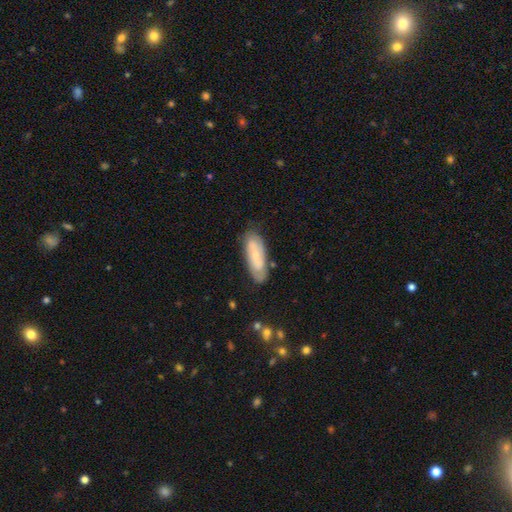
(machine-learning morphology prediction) Smooth or featured?
  - smooth: 48% *
  - featured or disk: 45%
  - star or artifact: 7%
Merging?
  - none: 75% *
  - minor disturbance: 18%
  - major disturbance: 4%
  - merger: 2%